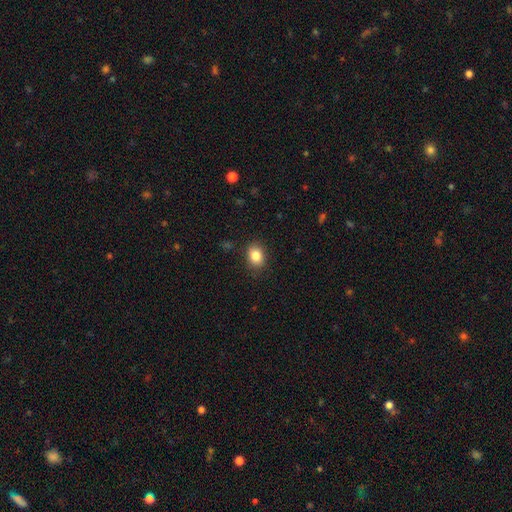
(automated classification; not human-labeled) Overall: smooth (85%). How rounded: in between (61%; round 38%). Merging: none (86%).